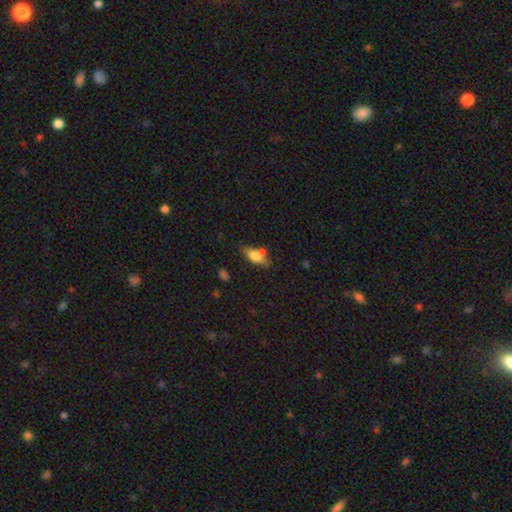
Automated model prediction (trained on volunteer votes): A smooth galaxy with no disk features (69%) that is in between round and cigar-shaped (76%). Merging: none (53%).